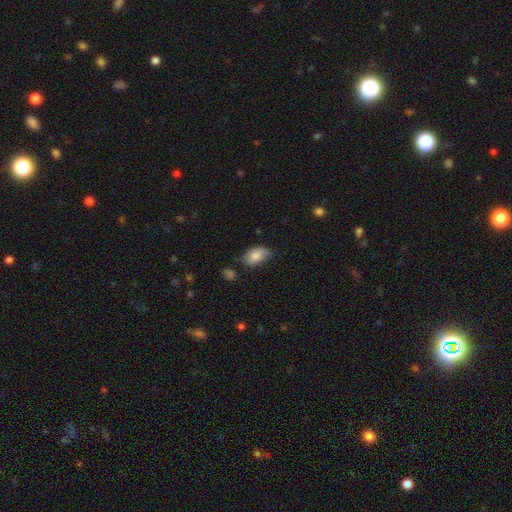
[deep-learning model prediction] Smooth or featured? Predicted: smooth (p=0.84). How rounded? Predicted: in between (p=0.92). Merging? Predicted: none (p=0.67).